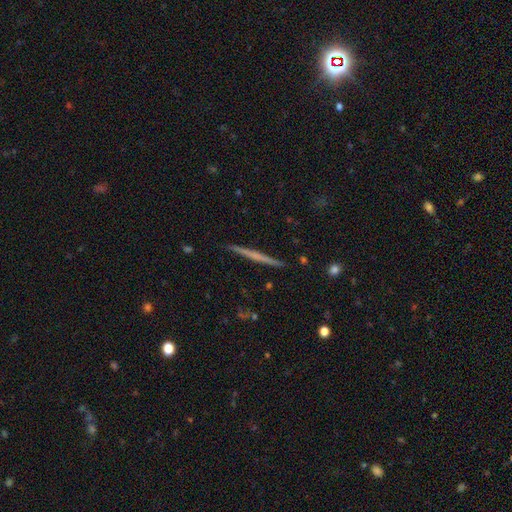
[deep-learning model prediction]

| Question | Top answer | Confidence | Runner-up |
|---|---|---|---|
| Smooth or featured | featured or disk | 60% | smooth (34%) |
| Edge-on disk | yes | 98% | no (2%) |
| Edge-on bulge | none | 76% | rounded (18%) |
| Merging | none | 92% | minor disturbance (6%) |